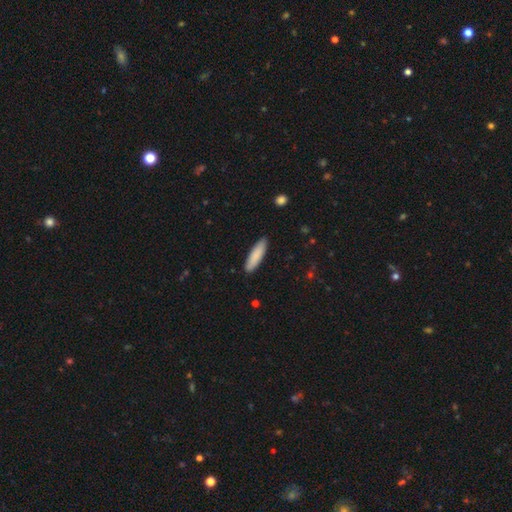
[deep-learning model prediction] Smooth or featured? smooth (87%)
How rounded? cigar-shaped (64%)
Merging? none (88%)